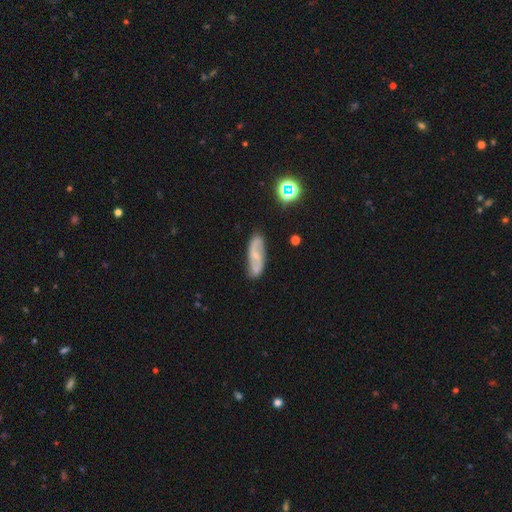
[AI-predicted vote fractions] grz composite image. It shows a featured or disk galaxy (64%) with no bar (49%), spiral arms (88%) and a small central bulge (65%). Merging: none (76%).